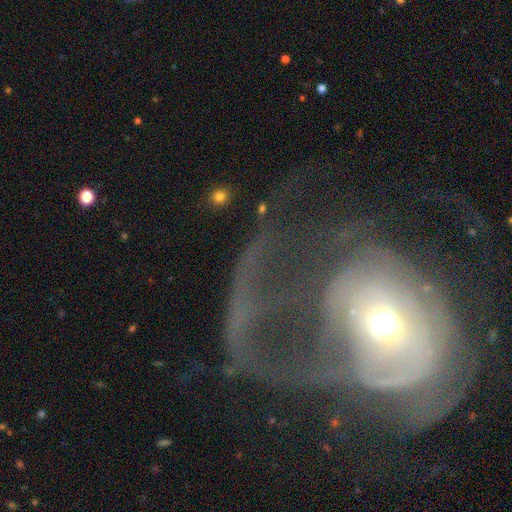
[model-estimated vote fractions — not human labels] This is likely a featured or disk galaxy (63%). It is clearly not viewed edge-on (95%). Bar: likely no (77%). Spiral arm pattern: possibly no (53%). Central bulge: likely moderate (68%). Merging: likely major disturbance (65%).